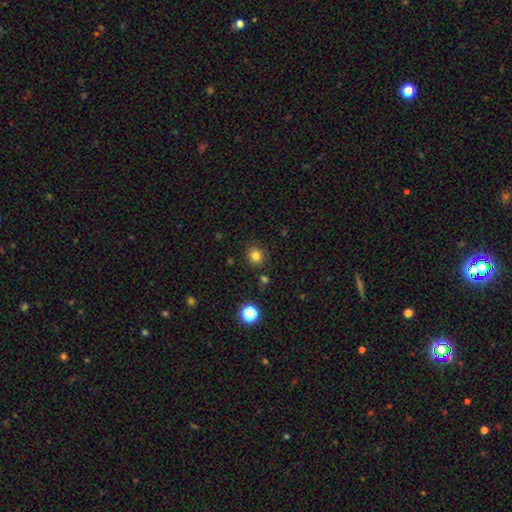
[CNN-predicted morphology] A smooth galaxy with no disk features (80%) that is round (85%).

Vote fractions:
- Smooth or featured? smooth: 80% / star or artifact: 14% / featured or disk: 5%
- How rounded? round: 85% / in between: 14% / cigar-shaped: 1%
- Merging? none: 86% / minor disturbance: 8% / merger: 3% / major disturbance: 2%